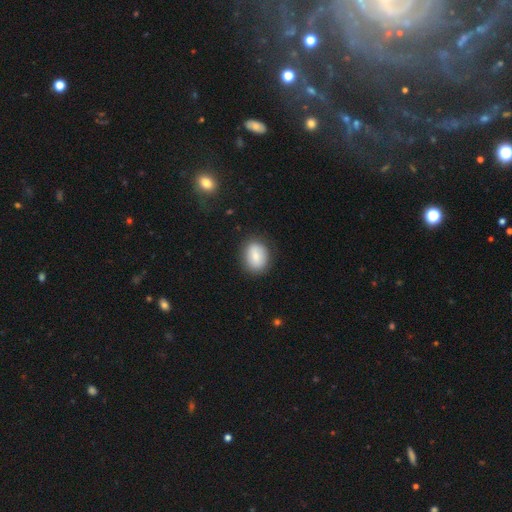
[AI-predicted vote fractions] A smooth galaxy with no disk features (80%) that is in between round and cigar-shaped (62%).

Vote fractions:
- Smooth or featured? smooth: 80% / featured or disk: 13% / star or artifact: 7%
- How rounded? in between: 62% / round: 37% / cigar-shaped: 1%
- Merging? none: 84% / minor disturbance: 12% / major disturbance: 3% / merger: 1%